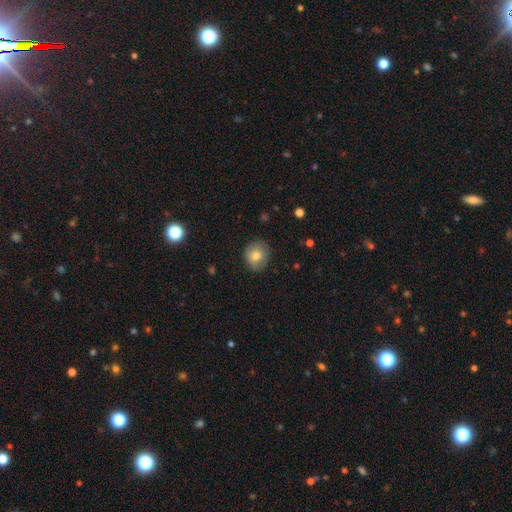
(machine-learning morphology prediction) type=smooth (78%); roundness=round (76%); merging=none (84%).